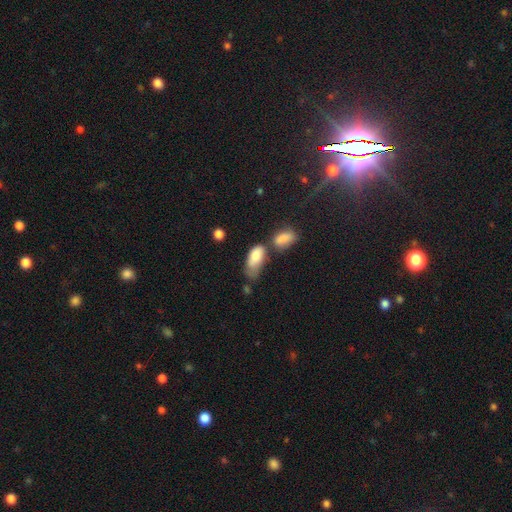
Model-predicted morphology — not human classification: Smooth or featured? smooth (77%)
How rounded? in between (88%)
Merging? merger (33%)